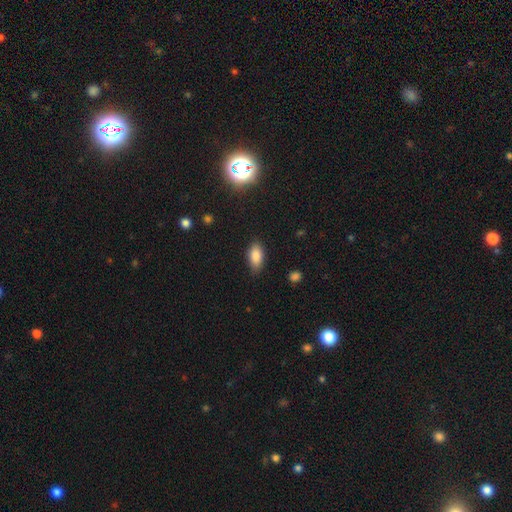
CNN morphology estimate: smooth-or-featured: smooth: 85% | star or artifact: 8% | featured or disk: 6%
  how-rounded: in between: 90% | cigar-shaped: 6% | round: 4%
  merging: none: 79% | minor disturbance: 16% | major disturbance: 3% | merger: 1%